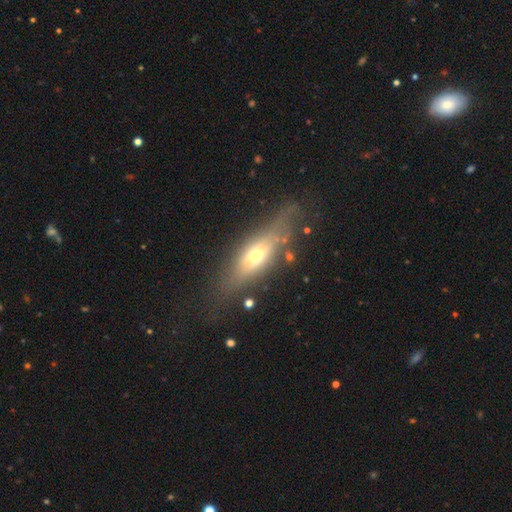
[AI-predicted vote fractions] This is possibly a featured or disk galaxy (51%). It is likely viewed edge-on (70%). Merging: likely none (63%).